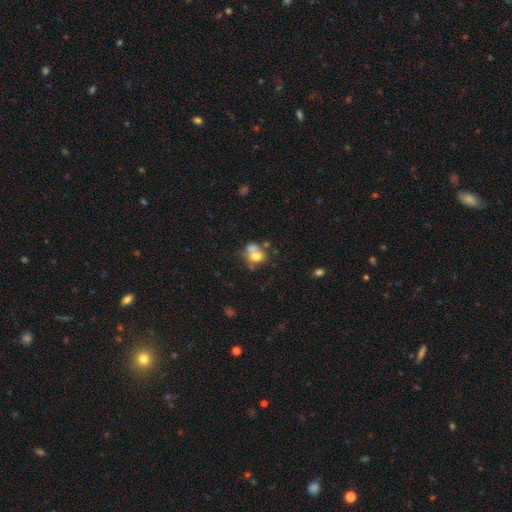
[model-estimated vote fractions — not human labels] A smooth galaxy with no disk features (63%) that is round (55%).

Vote fractions:
- Smooth or featured? smooth: 63% / featured or disk: 26% / star or artifact: 12%
- How rounded? round: 55% / in between: 44% / cigar-shaped: 1%
- Merging? merger: 41% / none: 31% / minor disturbance: 16% / major disturbance: 13%